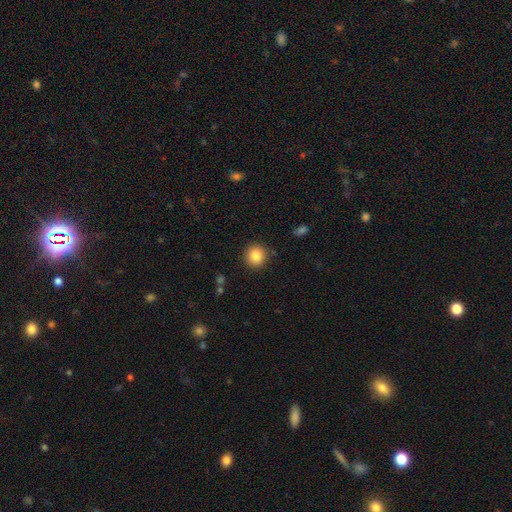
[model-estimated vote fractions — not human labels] A smooth galaxy with no disk features (85%) that is round (92%). Merging: none (89%).